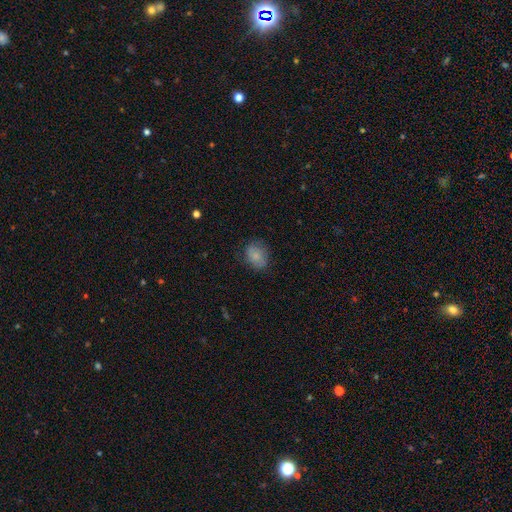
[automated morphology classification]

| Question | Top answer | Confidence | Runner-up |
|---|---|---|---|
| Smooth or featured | smooth | 75% | featured or disk (17%) |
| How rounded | in between | 58% | round (41%) |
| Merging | none | 70% | minor disturbance (21%) |